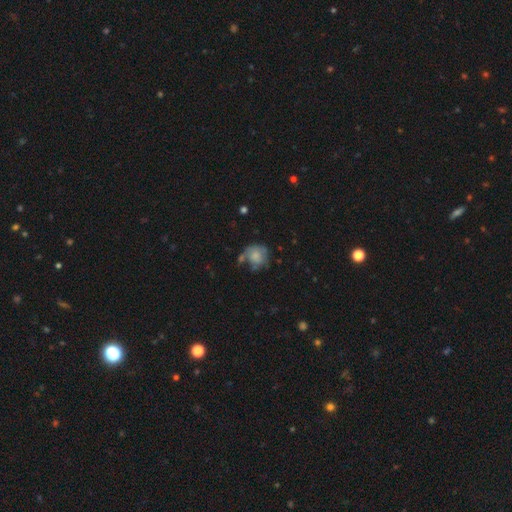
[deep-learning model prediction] Morphology: type=smooth (61%); roundness=round (75%); merging=none (39%).